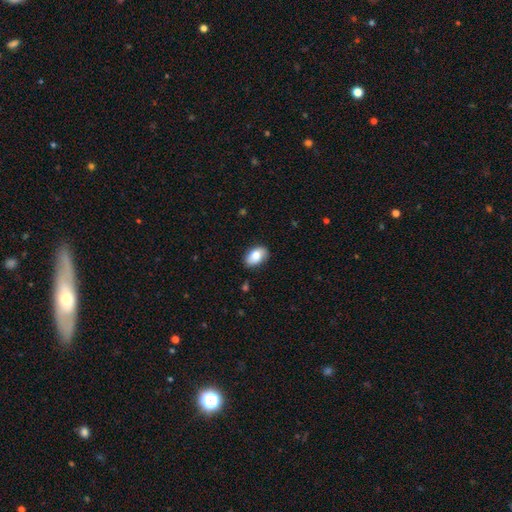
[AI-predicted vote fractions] smooth 83%, featured or disk 10%, star or artifact 7%. Down the decision tree: how rounded — in between (90%); merging — none (81%).